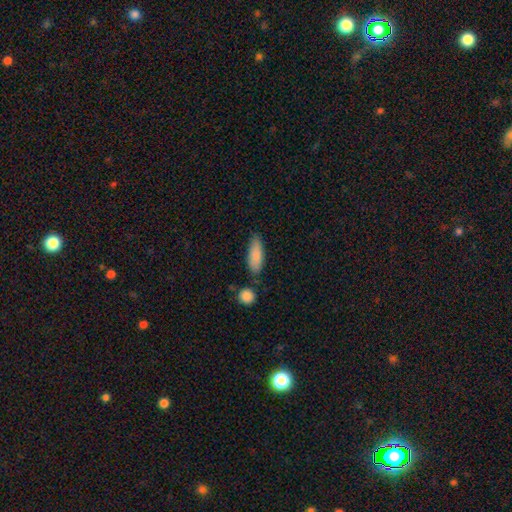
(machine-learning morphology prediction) smooth 84%, featured or disk 10%, star or artifact 6%. Down the decision tree: how rounded — in between (64%); merging — none (75%).